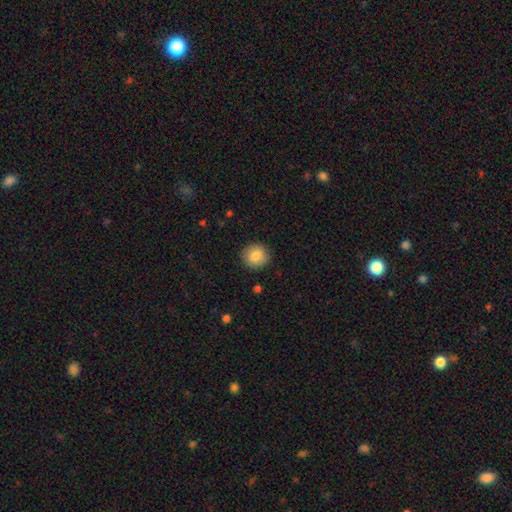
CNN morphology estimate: Overall: smooth (85%). How rounded: round (89%). Merging: none (90%).